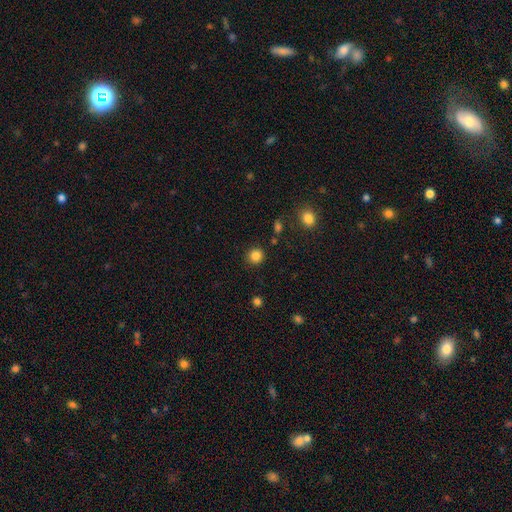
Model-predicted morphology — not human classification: Smooth or featured? Predicted: smooth (p=0.85). How rounded? Predicted: round (p=0.90). Merging? Predicted: none (p=0.89).